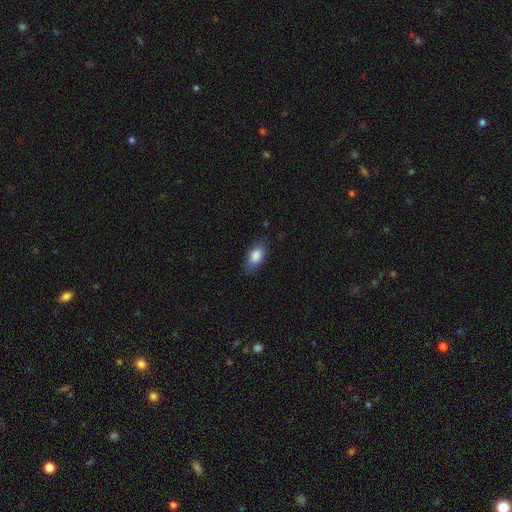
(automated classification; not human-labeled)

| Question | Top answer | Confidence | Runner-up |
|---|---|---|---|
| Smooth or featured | smooth | 86% | featured or disk (8%) |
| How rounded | in between | 89% | round (6%) |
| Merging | none | 78% | minor disturbance (17%) |